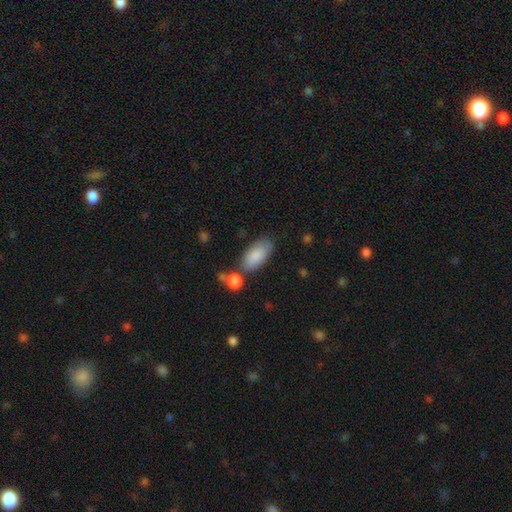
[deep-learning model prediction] smooth-or-featured: smooth: 86% | featured or disk: 8% | star or artifact: 6%
  how-rounded: in between: 91% | cigar-shaped: 7% | round: 2%
  merging: none: 66% | minor disturbance: 17% | merger: 12% | major disturbance: 5%